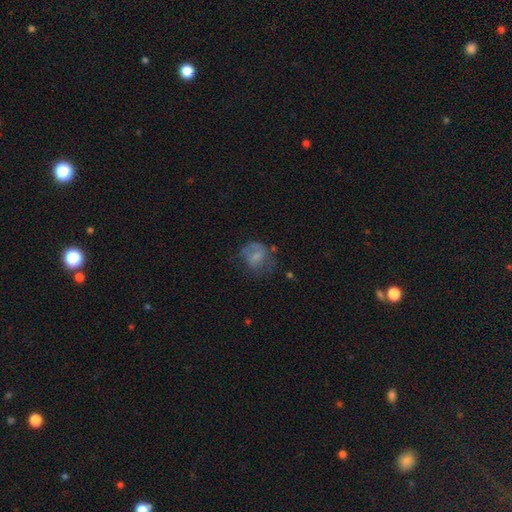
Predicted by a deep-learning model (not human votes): Smooth or featured? smooth (58%)
How rounded? round (60%)
Merging? none (42%)